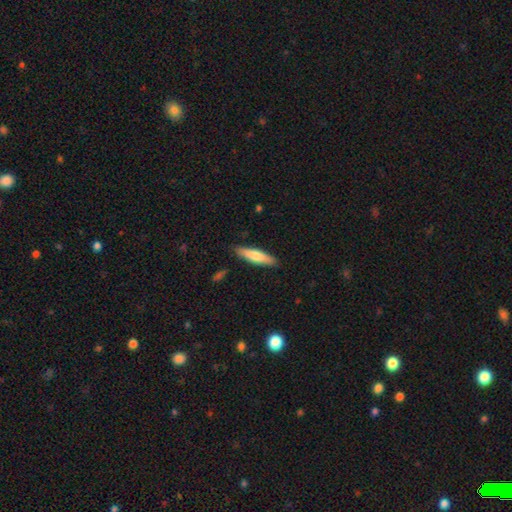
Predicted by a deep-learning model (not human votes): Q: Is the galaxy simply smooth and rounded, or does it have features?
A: smooth — 72%.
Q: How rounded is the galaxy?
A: cigar-shaped — 74%.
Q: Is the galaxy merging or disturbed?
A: none — 88%.